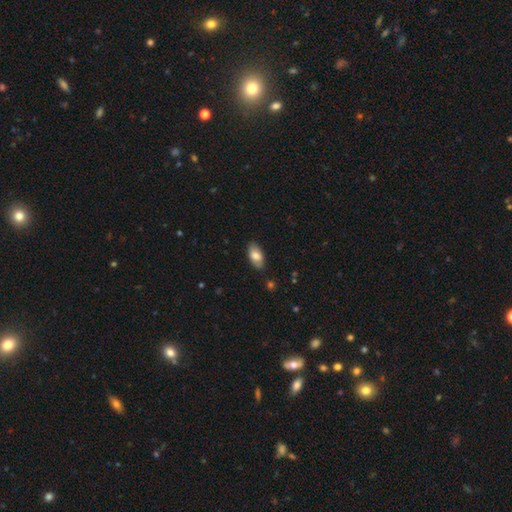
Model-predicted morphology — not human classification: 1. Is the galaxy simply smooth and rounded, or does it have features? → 80% smooth, 14% featured or disk, 6% star or artifact.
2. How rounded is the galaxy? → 93% in between, 5% cigar-shaped, 3% round.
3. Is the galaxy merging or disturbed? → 85% none, 12% minor disturbance, 2% major disturbance, 1% merger.